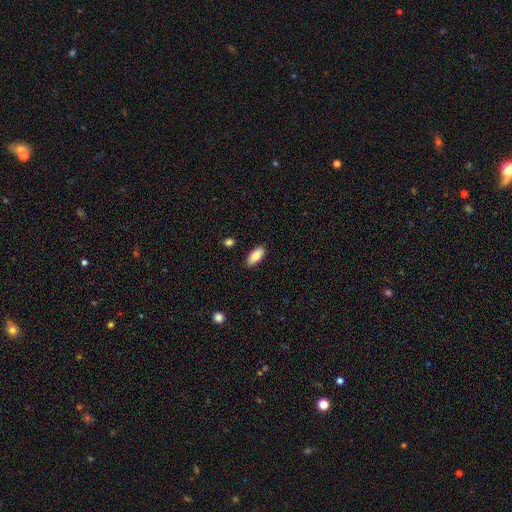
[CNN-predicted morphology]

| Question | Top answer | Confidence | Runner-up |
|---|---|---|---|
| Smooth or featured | smooth | 87% | featured or disk (7%) |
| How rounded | in between | 87% | cigar-shaped (11%) |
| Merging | none | 88% | minor disturbance (9%) |